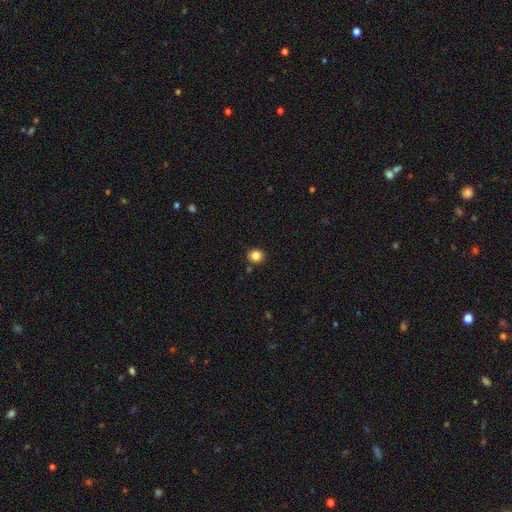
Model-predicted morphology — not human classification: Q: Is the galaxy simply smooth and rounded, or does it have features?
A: smooth — 83%.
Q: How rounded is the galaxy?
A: round — 88%.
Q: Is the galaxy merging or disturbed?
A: none — 87%.